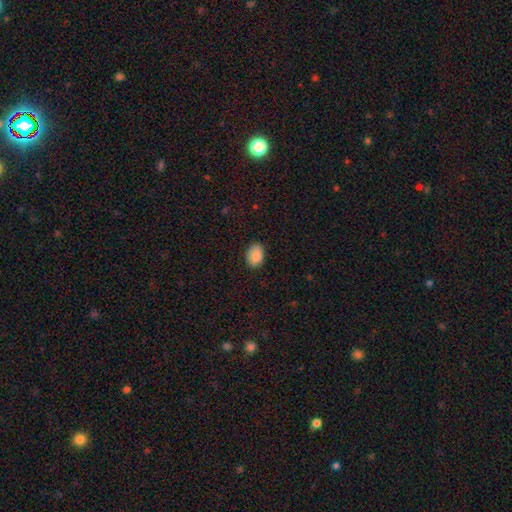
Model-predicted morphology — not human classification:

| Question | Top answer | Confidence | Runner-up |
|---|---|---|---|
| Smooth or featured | smooth | 88% | star or artifact (7%) |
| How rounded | in between | 83% | round (16%) |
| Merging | none | 86% | minor disturbance (11%) |